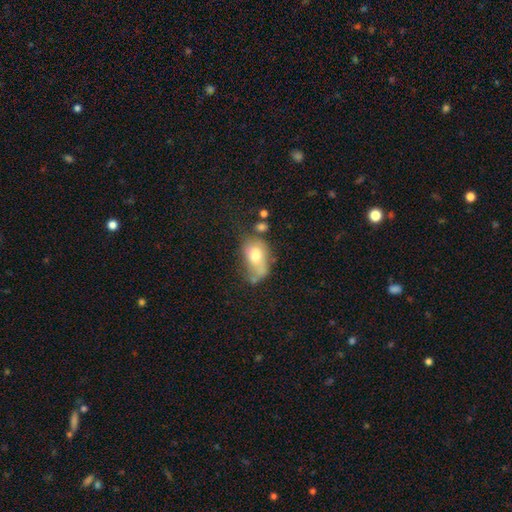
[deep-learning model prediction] The model was most divided on "merging" (2-way tie): none: 28%, minor disturbance: 28%, major disturbance: 24%, merger: 20%. More confident: how rounded — in between (79%); smooth or featured — smooth (64%).